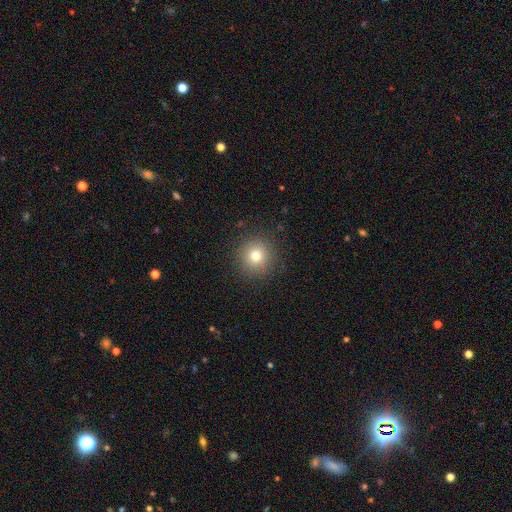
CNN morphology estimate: type=smooth (76%); roundness=round (93%); merging=none (89%).